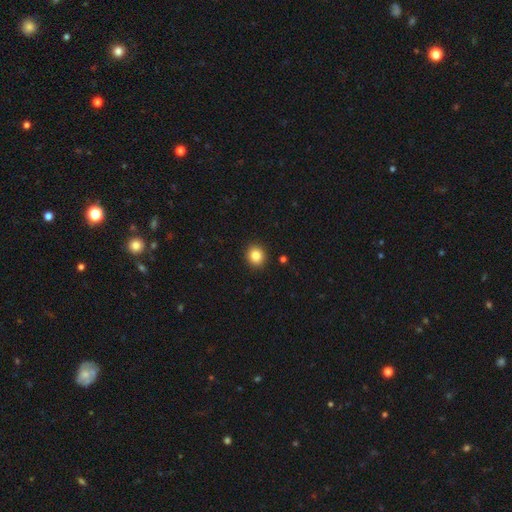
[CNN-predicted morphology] A smooth galaxy with no disk features (84%) that is round (81%). Merging: none (91%).